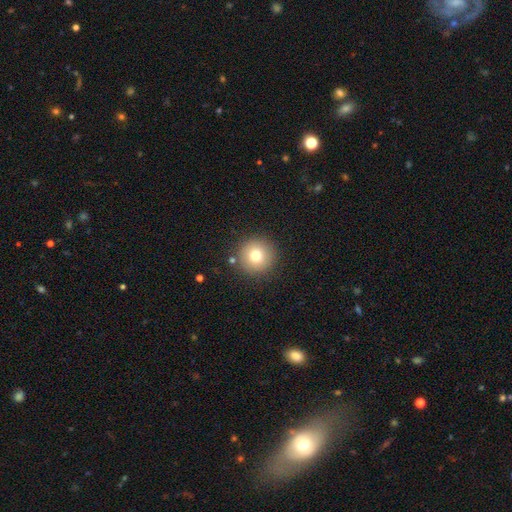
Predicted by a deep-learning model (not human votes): smooth_or_featured: smooth (p=0.76) [alt: featured or disk p=0.12]
how_rounded: round (p=0.95) [alt: in between p=0.04]
merging: none (p=0.88) [alt: minor disturbance p=0.07]